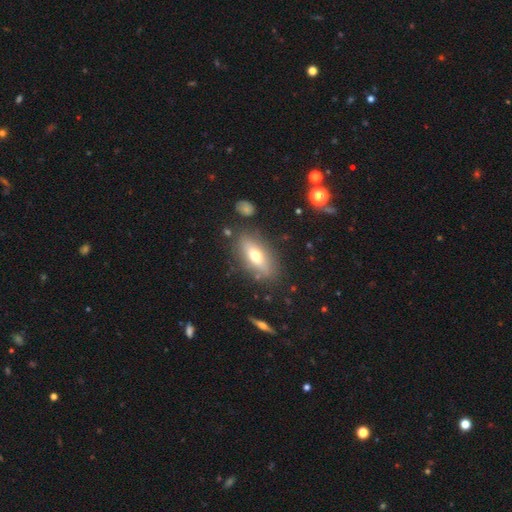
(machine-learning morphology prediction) smooth 60%, featured or disk 31%, star or artifact 9%. Down the decision tree: how rounded — in between (76%); merging — none (80%).